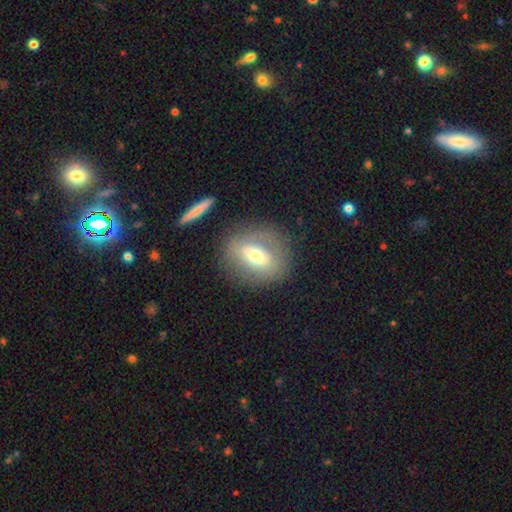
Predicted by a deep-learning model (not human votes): This appears to be a featured or disk galaxy (47%). Merging: none (77%).